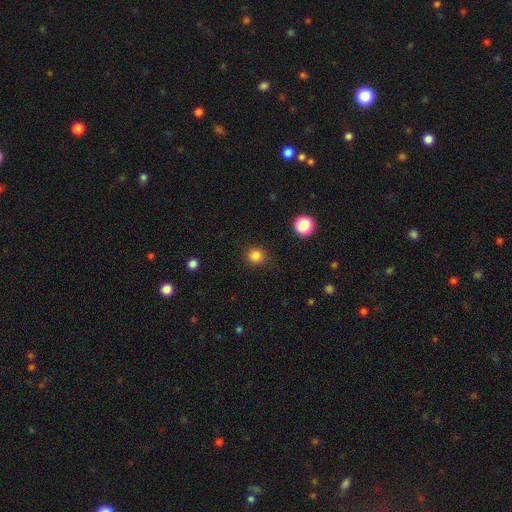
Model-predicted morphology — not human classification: A smooth galaxy with no disk features (84%) that is round (93%).

Vote fractions:
- Smooth or featured? smooth: 84% / star or artifact: 13% / featured or disk: 3%
- How rounded? round: 93% / in between: 6% / cigar-shaped: 1%
- Merging? none: 90% / minor disturbance: 6% / major disturbance: 3% / merger: 1%